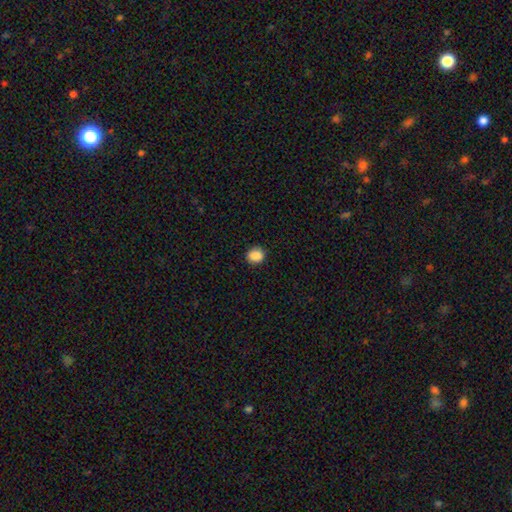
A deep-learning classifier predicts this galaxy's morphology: This is clearly a smooth galaxy (88%). How rounded: likely round (76%). Merging: clearly none (88%).